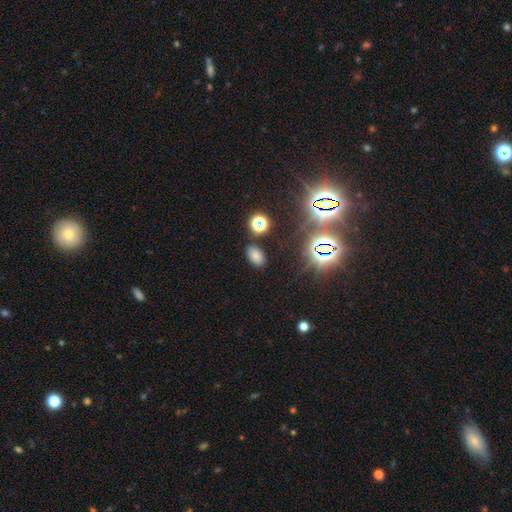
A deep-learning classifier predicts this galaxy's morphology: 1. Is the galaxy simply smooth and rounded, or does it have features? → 70% smooth, 23% star or artifact, 7% featured or disk.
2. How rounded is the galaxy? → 89% in between, 10% round, 2% cigar-shaped.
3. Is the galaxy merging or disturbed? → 85% none, 9% minor disturbance, 3% major disturbance, 3% merger.